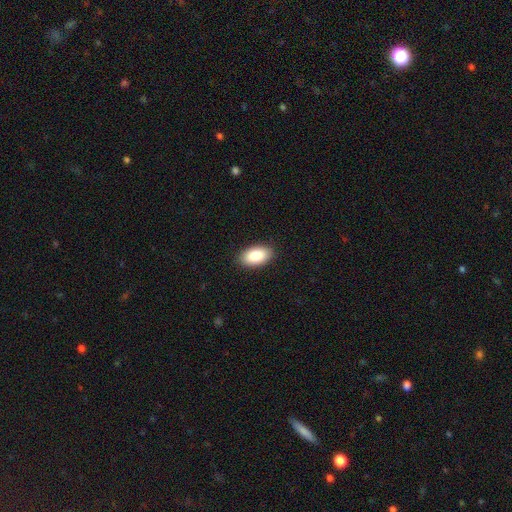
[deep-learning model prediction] smooth 88%, star or artifact 6%, featured or disk 6%. Down the decision tree: how rounded — in between (95%); merging — none (89%).